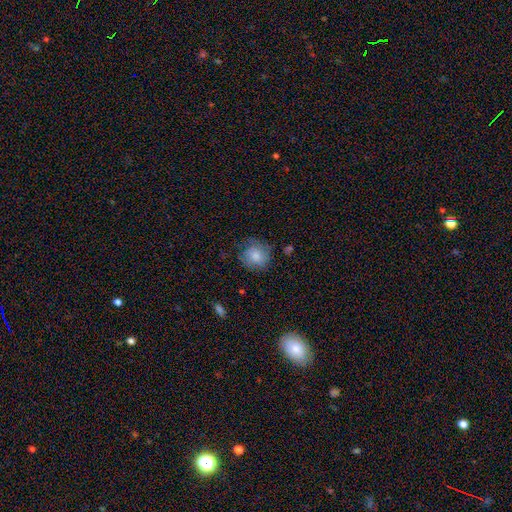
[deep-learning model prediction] Smooth or featured? smooth (78%)
How rounded? round (85%)
Merging? none (69%)